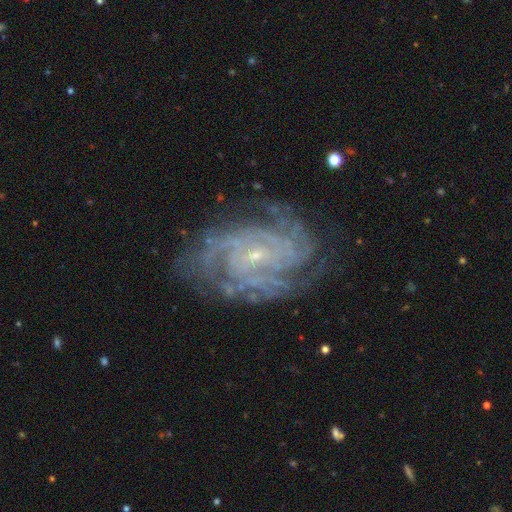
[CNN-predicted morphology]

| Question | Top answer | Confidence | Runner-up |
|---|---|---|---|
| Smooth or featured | featured or disk | 89% | star or artifact (7%) |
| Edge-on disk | no | 97% | yes (3%) |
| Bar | no | 60% | weak (30%) |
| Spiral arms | yes | 97% | no (3%) |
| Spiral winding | tight | 71% | medium (24%) |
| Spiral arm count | can't tell | 26% | 4 (24%) |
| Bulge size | small | 84% | moderate (11%) |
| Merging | none | 74% | minor disturbance (17%) |